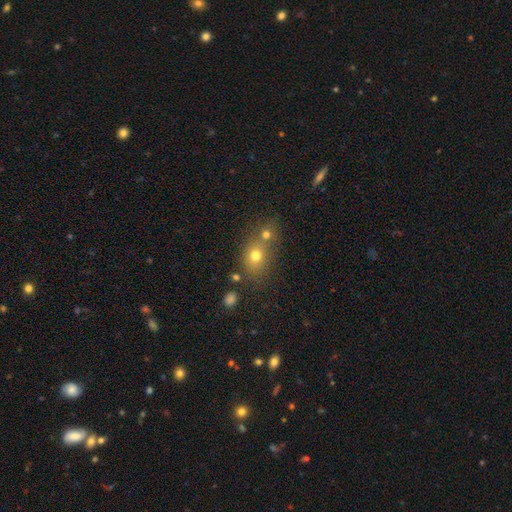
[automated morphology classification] Smooth or featured? smooth (71%)
How rounded? round (56%)
Merging? none (47%)